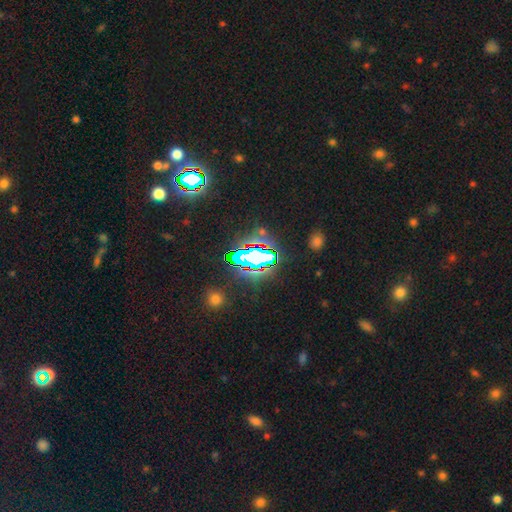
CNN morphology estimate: smooth-or-featured: star or artifact: 66% | smooth: 19% | featured or disk: 15%